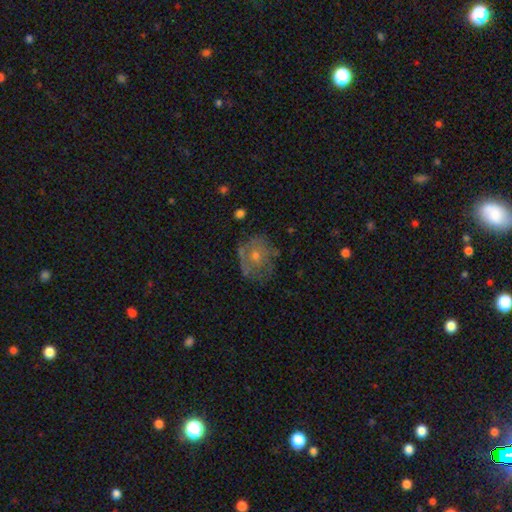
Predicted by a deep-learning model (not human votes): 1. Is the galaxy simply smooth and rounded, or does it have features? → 54% featured or disk, 35% smooth, 11% star or artifact.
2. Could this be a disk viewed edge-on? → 97% no, 3% yes.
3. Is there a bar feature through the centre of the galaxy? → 85% no, 12% weak, 2% strong.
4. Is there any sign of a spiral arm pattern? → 51% no, 49% yes.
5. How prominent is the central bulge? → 52% small, 42% moderate, 3% none, 2% large, 1% dominant.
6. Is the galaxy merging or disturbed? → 62% none, 23% minor disturbance, 13% major disturbance, 2% merger.